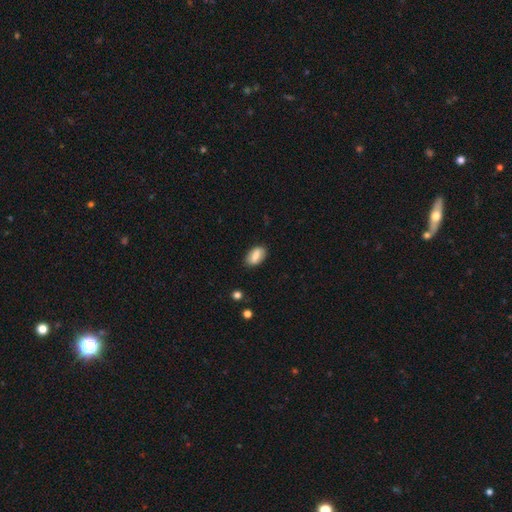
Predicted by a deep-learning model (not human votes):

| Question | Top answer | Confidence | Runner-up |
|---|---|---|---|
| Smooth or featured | smooth | 77% | featured or disk (16%) |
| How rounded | in between | 91% | round (6%) |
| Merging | none | 84% | minor disturbance (12%) |